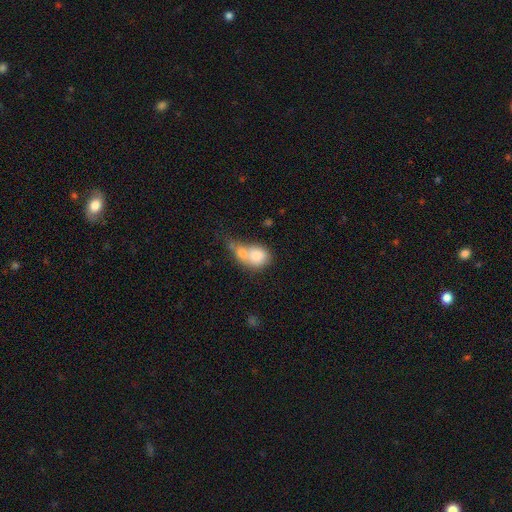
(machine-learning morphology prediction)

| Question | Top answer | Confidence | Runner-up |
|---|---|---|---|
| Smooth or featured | smooth | 74% | featured or disk (18%) |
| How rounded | round | 59% | in between (39%) |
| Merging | merger | 67% | none (18%) |